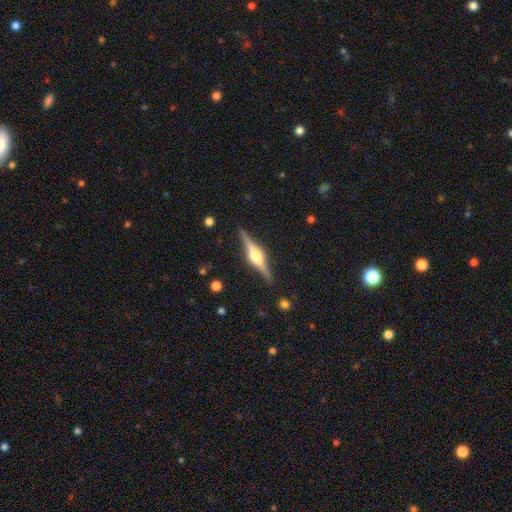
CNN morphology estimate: Smooth or featured? featured or disk (82%)
Edge-on disk? yes (98%)
Edge-on bulge? rounded (89%)
Merging? none (89%)